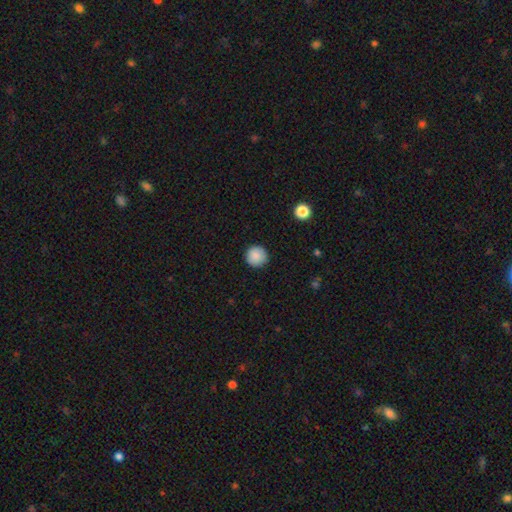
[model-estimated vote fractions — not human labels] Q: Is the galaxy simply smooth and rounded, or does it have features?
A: smooth — 88%.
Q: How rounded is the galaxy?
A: round — 96%.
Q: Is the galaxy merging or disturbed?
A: none — 92%.